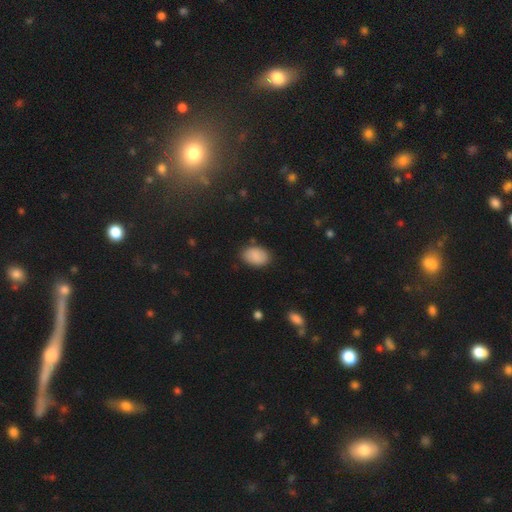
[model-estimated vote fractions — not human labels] Morphology: type=smooth (85%); roundness=in between (86%); merging=none (83%).